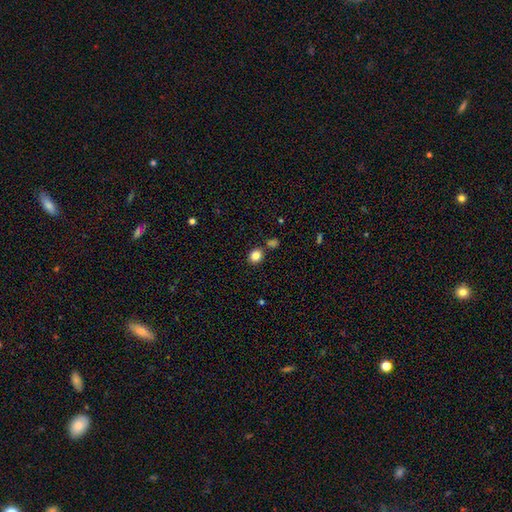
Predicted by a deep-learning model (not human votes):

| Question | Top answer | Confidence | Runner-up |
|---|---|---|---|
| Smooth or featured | smooth | 84% | star or artifact (11%) |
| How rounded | round | 71% | in between (28%) |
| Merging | none | 82% | minor disturbance (8%) |